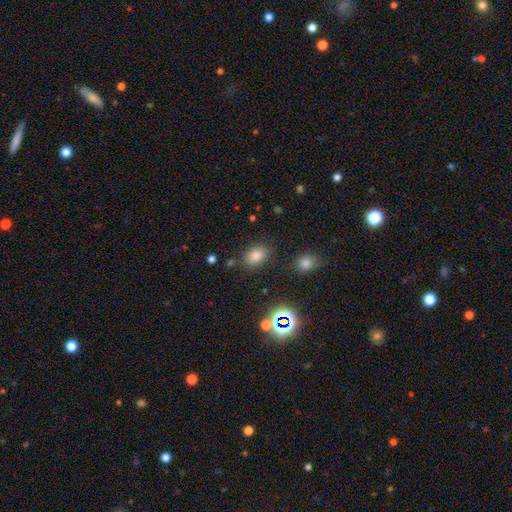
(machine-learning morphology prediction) Smooth or featured? Predicted: smooth (p=0.75). How rounded? Predicted: in between (p=0.79). Merging? Predicted: none (p=0.82).